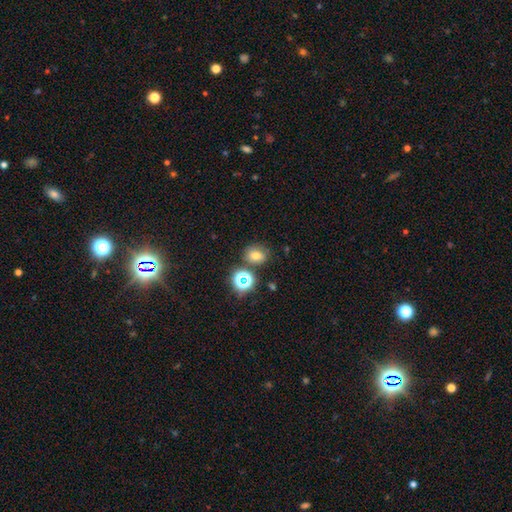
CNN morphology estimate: Smooth or featured? Predicted: smooth (p=0.68). How rounded? Predicted: round (p=0.53). Merging? Predicted: none (p=0.70).